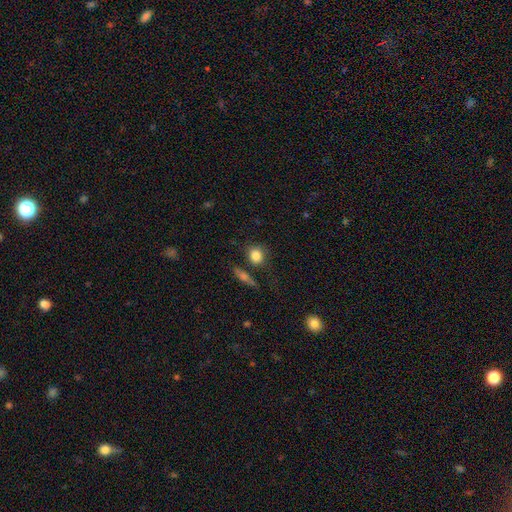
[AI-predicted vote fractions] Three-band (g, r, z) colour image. It shows a smooth galaxy with no disk features (84%) that is round (72%). Merging: none (72%).